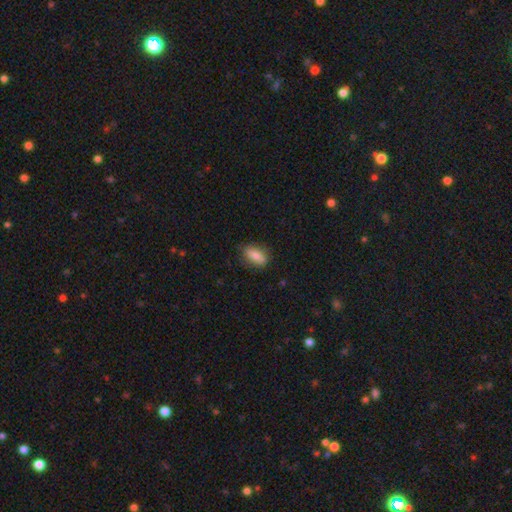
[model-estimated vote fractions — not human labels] Smooth or featured? Predicted: smooth (p=0.77). How rounded? Predicted: in between (p=0.82). Merging? Predicted: none (p=0.78).